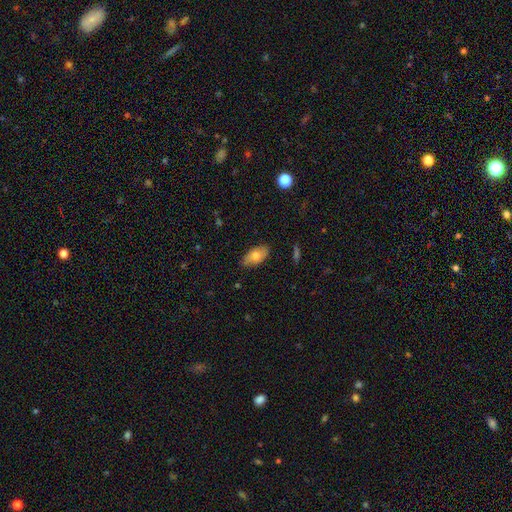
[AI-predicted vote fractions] This is likely a smooth galaxy (69%). How rounded: clearly in between (91%). Merging: clearly none (83%).